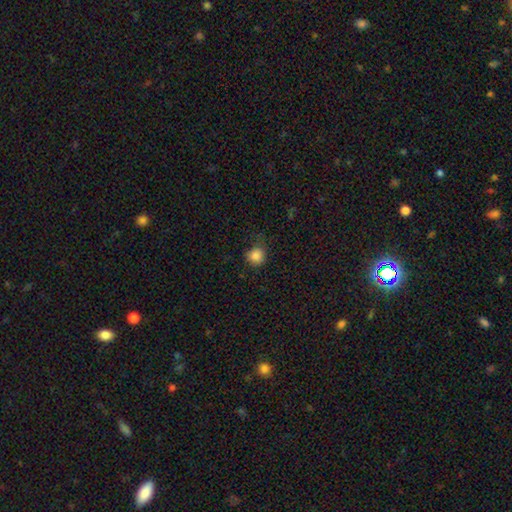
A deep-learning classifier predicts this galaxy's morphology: smooth-or-featured: smooth: 84% | star or artifact: 11% | featured or disk: 5%
  how-rounded: round: 88% | in between: 11% | cigar-shaped: 1%
  merging: none: 72% | minor disturbance: 21% | major disturbance: 6% | merger: 1%